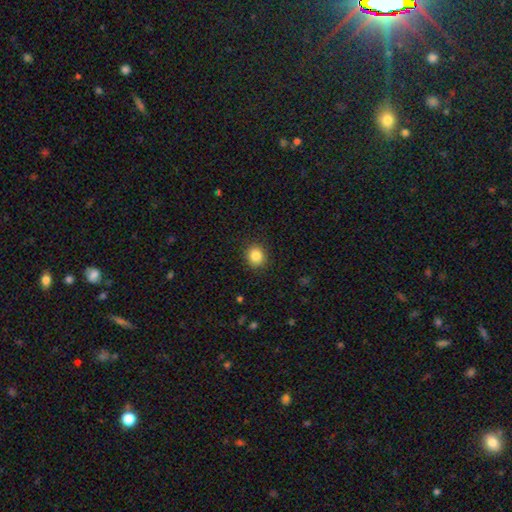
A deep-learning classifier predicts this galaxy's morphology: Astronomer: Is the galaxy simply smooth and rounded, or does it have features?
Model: smooth — 85%.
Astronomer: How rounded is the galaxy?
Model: round — 81%.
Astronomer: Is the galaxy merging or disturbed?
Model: none — 90%.